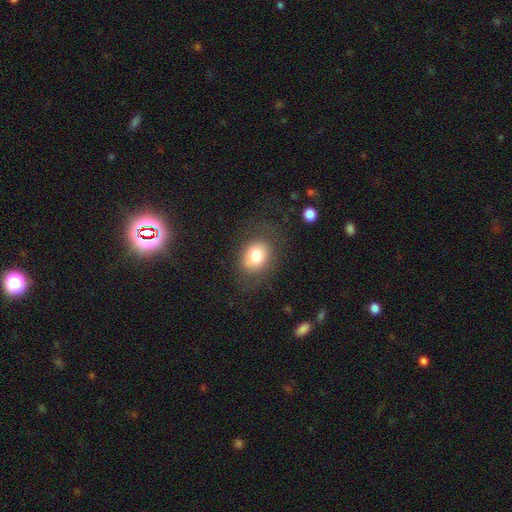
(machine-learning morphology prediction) Q: Smooth or featured?
A: smooth (77%); runner-up: featured or disk (13%)
Q: How rounded?
A: in between (51%); runner-up: round (48%)
Q: Merging?
A: none (75%); runner-up: minor disturbance (15%)